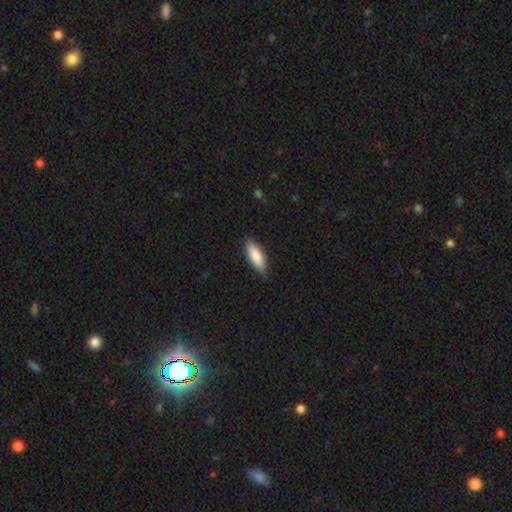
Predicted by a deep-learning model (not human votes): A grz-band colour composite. It shows a smooth galaxy with no disk features (82%) that is in between round and cigar-shaped (62%). Merging: none (85%).